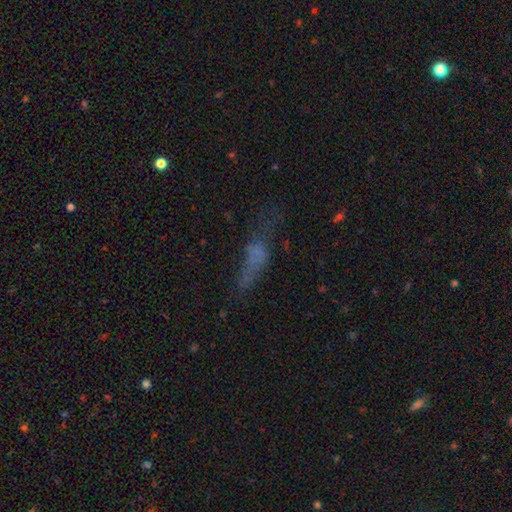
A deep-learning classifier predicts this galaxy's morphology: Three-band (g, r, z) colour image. It shows a smooth galaxy with no disk features (50%) that is cigar-shaped (52%). Merging: none (38%).